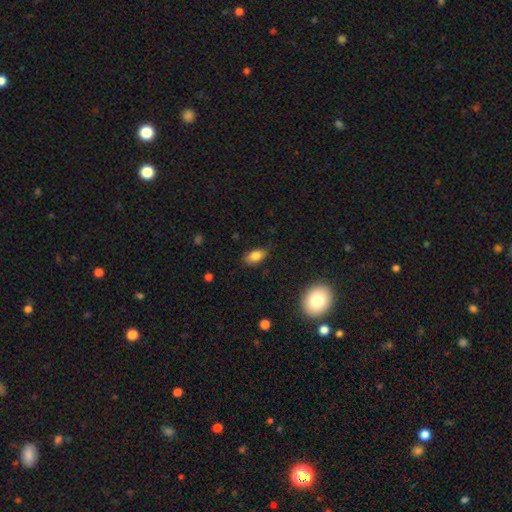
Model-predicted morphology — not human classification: Smooth or featured? Predicted: smooth (p=0.82). How rounded? Predicted: in between (p=0.89). Merging? Predicted: none (p=0.72).